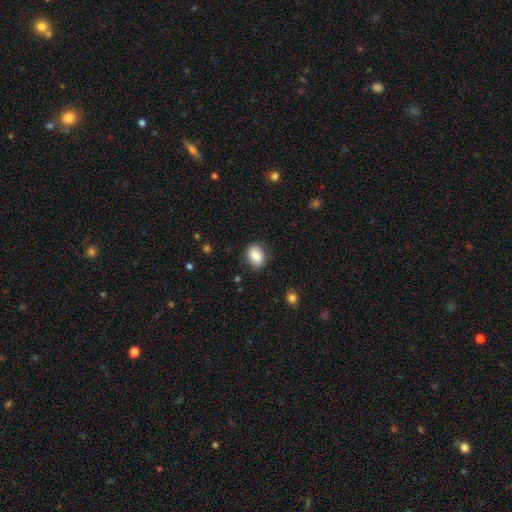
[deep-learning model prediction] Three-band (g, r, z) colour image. It shows a smooth galaxy with no disk features (83%) that is in between round and cigar-shaped (70%). Merging: none (81%).